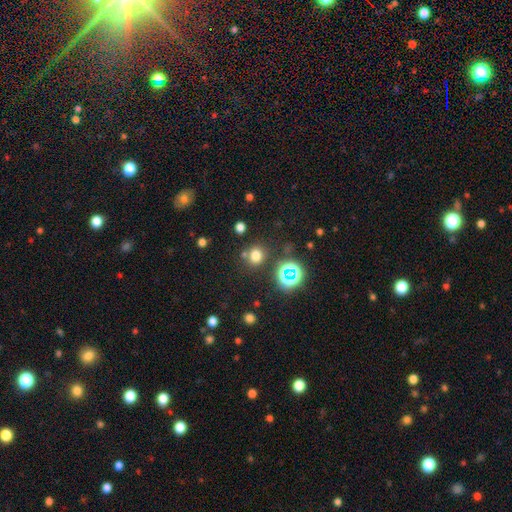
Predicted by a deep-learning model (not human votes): A smooth galaxy with no disk features (69%) that is round (79%).

Vote fractions:
- Smooth or featured? smooth: 69% / star or artifact: 24% / featured or disk: 7%
- How rounded? round: 79% / in between: 20% / cigar-shaped: 1%
- Merging? none: 76% / minor disturbance: 10% / merger: 9% / major disturbance: 4%